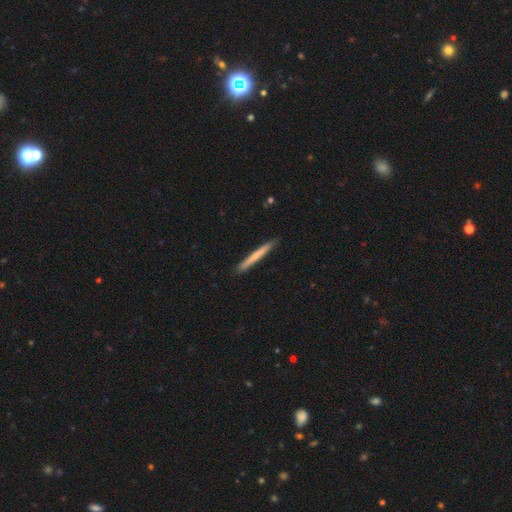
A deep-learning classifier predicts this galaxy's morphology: A smooth galaxy with no disk features (65%) that is cigar-shaped (97%). Merging: none (90%).